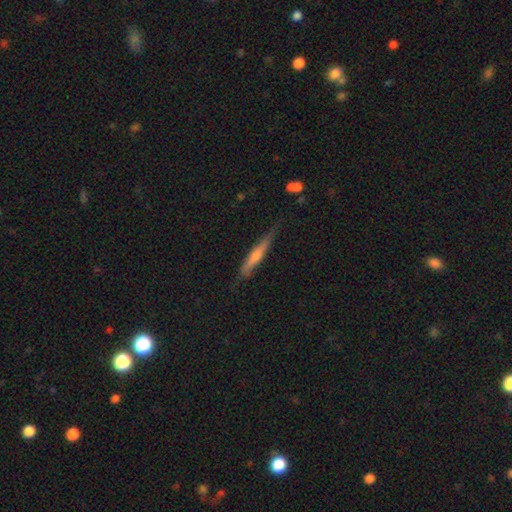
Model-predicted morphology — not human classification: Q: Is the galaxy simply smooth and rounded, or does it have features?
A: smooth — 51%.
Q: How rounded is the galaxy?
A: cigar-shaped — 92%.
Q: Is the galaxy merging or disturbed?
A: none — 74%.